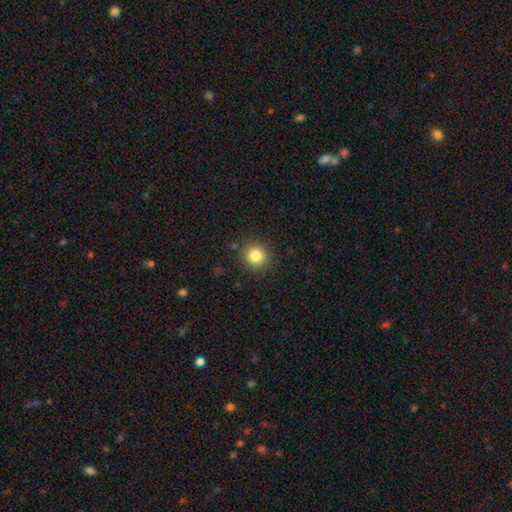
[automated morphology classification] Q: Smooth or featured?
A: smooth (83%); runner-up: star or artifact (11%)
Q: How rounded?
A: round (91%); runner-up: in between (8%)
Q: Merging?
A: none (88%); runner-up: minor disturbance (7%)